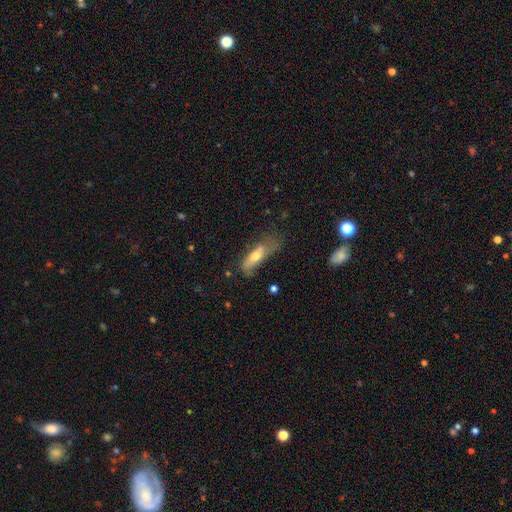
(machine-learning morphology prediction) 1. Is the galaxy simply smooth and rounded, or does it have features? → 57% smooth, 35% featured or disk, 8% star or artifact.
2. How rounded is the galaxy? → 54% in between, 43% cigar-shaped, 3% round.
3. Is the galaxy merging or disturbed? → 36% none, 30% minor disturbance, 27% major disturbance, 7% merger.